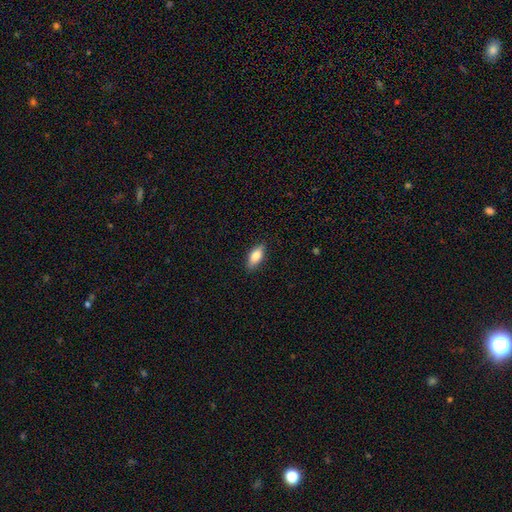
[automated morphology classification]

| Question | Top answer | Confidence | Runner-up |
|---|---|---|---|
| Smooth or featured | smooth | 82% | featured or disk (11%) |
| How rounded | in between | 84% | cigar-shaped (14%) |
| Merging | none | 86% | minor disturbance (11%) |